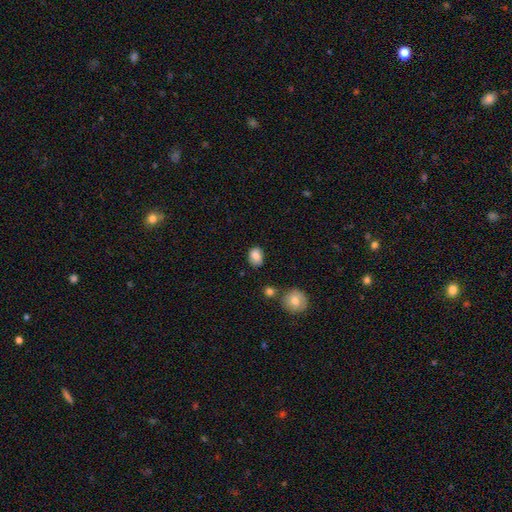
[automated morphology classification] type=smooth (83%); roundness=in between (63%); merging=none (78%).